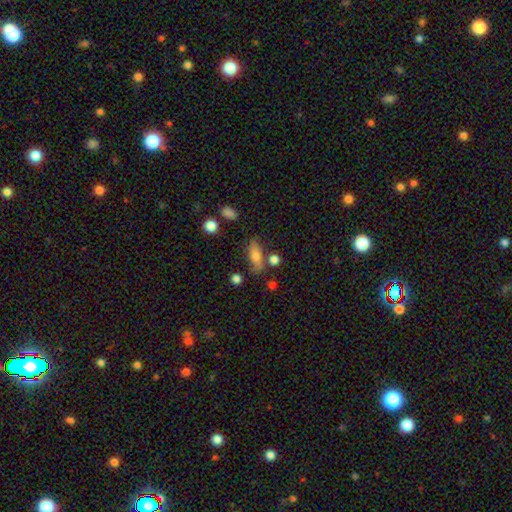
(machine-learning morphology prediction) A smooth galaxy with no disk features (67%) that is in between round and cigar-shaped (60%). Merging: none (67%).